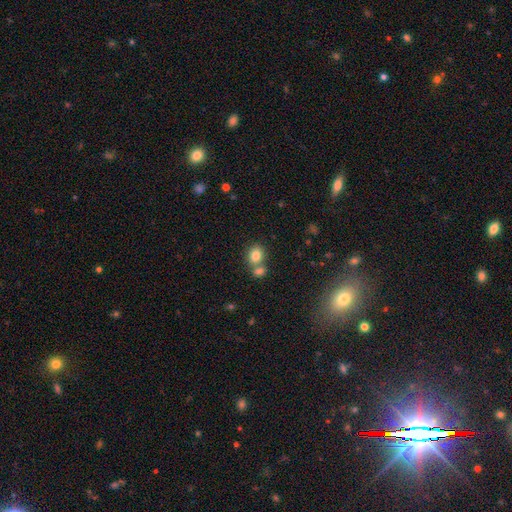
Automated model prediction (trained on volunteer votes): smooth 81%, star or artifact 10%, featured or disk 8%. Down the decision tree: how rounded — round (62%); merging — none (50%).